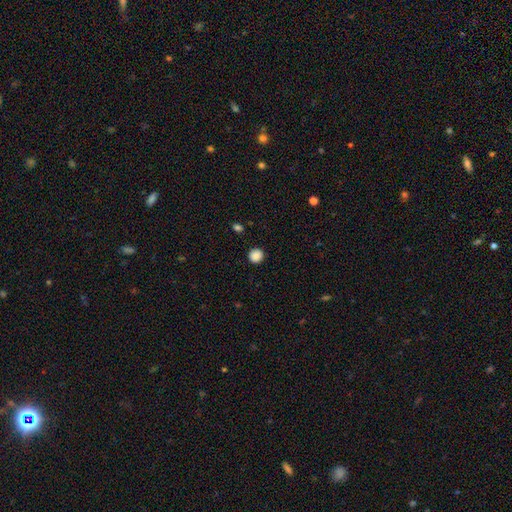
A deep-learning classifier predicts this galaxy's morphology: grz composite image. It shows a smooth galaxy with no disk features (88%) that is round (92%). Merging: none (91%).